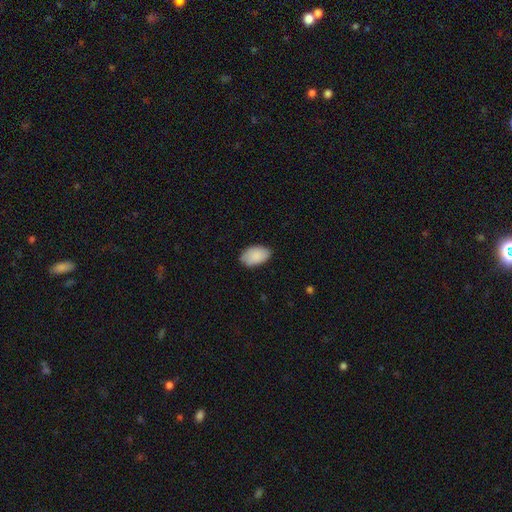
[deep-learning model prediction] smooth-or-featured: smooth: 89% | star or artifact: 6% | featured or disk: 5%
  how-rounded: in between: 93% | round: 6% | cigar-shaped: 1%
  merging: none: 78% | minor disturbance: 18% | major disturbance: 3% | merger: 1%